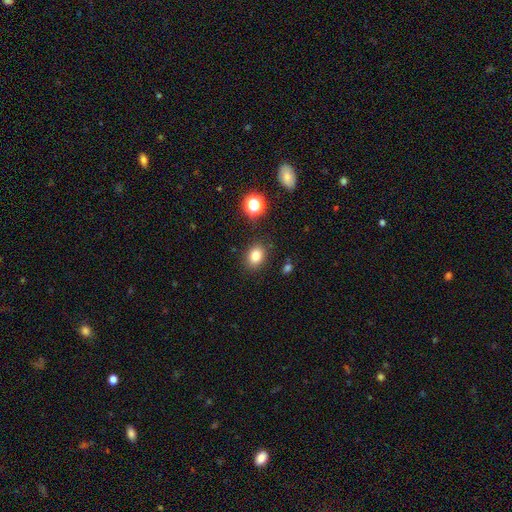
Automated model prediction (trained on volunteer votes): Overall: smooth (81%). How rounded: in between (61%; round 38%). Merging: none (86%).